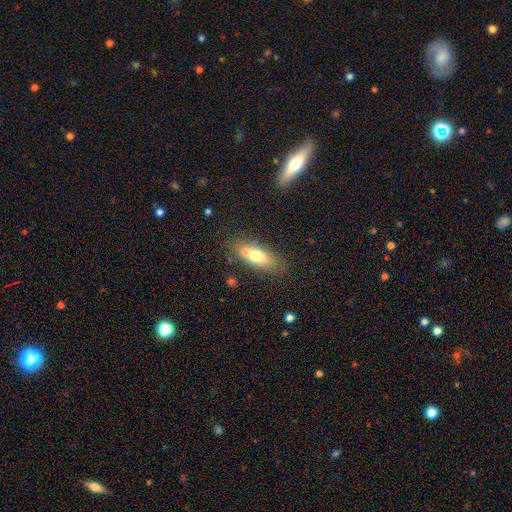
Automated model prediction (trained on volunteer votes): Smooth or featured? smooth (68%)
How rounded? in between (72%)
Merging? none (62%)